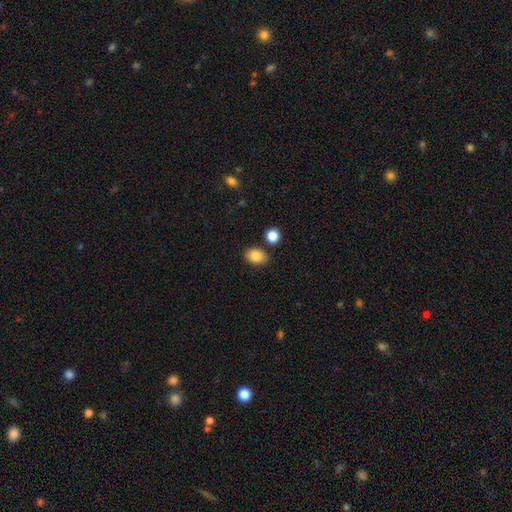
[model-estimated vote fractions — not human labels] A smooth galaxy with no disk features (86%) that is in between round and cigar-shaped (79%).

Vote fractions:
- Smooth or featured? smooth: 86% / star or artifact: 8% / featured or disk: 5%
- How rounded? in between: 79% / round: 20% / cigar-shaped: 1%
- Merging? none: 80% / minor disturbance: 11% / merger: 7% / major disturbance: 3%